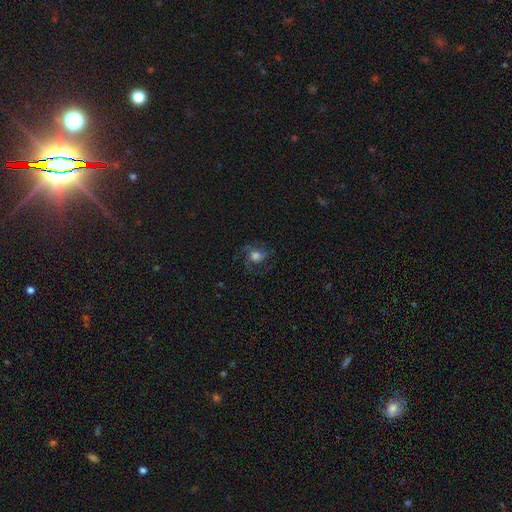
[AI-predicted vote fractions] This appears to be a featured or disk galaxy (56%) with no bar (72%), spiral arms (87%) and a moderate central bulge (42%). Merging: none (63%).